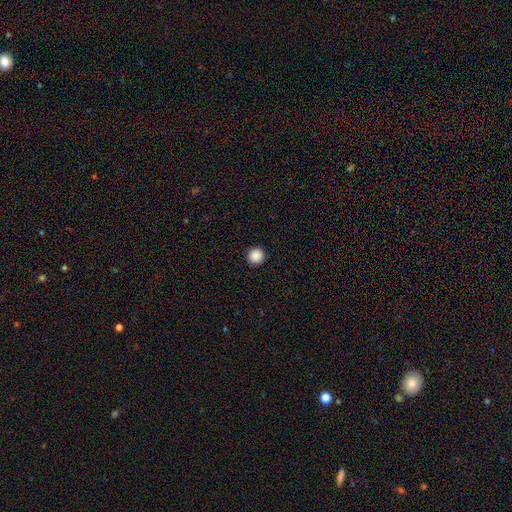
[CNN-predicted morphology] Q: Smooth or featured?
A: smooth (88%); runner-up: star or artifact (9%)
Q: How rounded?
A: round (96%); runner-up: in between (3%)
Q: Merging?
A: none (93%); runner-up: minor disturbance (4%)